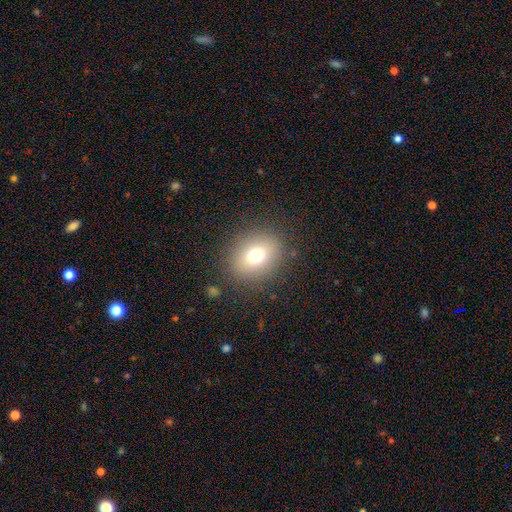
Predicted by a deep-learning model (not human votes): A smooth galaxy with no disk features (74%) that is round (58%). Merging: none (85%).